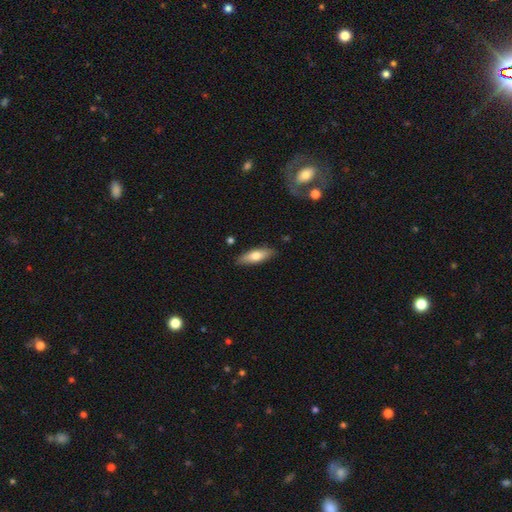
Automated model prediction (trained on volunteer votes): The model was most divided on "how rounded": in between: 56%, cigar-shaped: 42%, round: 2%. More confident: merging — none (86%); smooth or featured — smooth (68%).